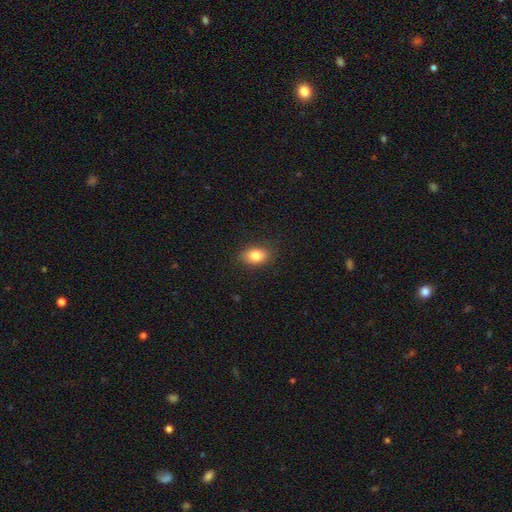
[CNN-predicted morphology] The model was most divided on "how rounded": in between: 81%, round: 17%, cigar-shaped: 2%. More confident: merging — none (85%); smooth or featured — smooth (82%).